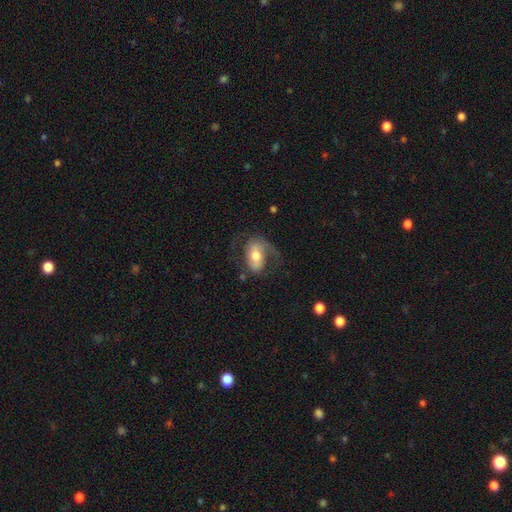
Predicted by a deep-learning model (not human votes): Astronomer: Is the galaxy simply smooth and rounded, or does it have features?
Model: featured or disk — 61%.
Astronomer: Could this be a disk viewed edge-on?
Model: no — 95%.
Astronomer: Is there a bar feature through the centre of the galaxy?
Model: weak — 38% (runner-up: no, 31%).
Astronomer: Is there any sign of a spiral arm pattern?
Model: yes — 83%.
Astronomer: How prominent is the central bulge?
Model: moderate — 66%.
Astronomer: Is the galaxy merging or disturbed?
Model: none — 54%.